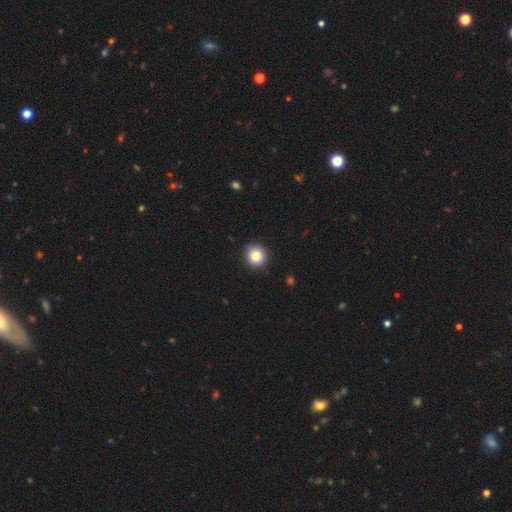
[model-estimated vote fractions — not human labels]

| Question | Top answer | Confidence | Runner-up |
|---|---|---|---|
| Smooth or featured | smooth | 83% | star or artifact (10%) |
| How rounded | round | 90% | in between (9%) |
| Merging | none | 92% | minor disturbance (6%) |